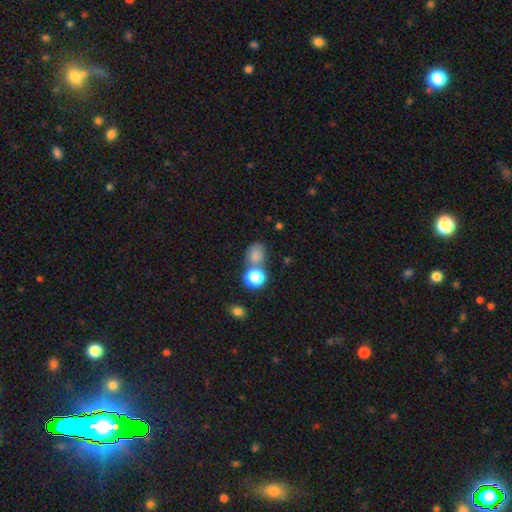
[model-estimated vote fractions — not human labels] Overall: smooth (76%). How rounded: in between (51%; round 48%). Merging: none (52%; merger 29%).